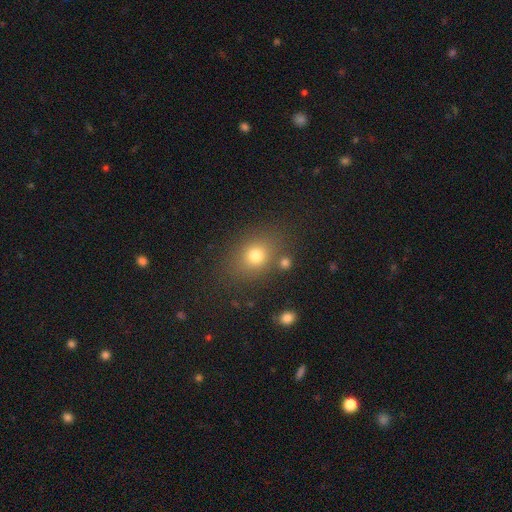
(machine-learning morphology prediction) A smooth galaxy with no disk features (74%) that is round (50%).

Vote fractions:
- Smooth or featured? smooth: 74% / star or artifact: 15% / featured or disk: 10%
- How rounded? round: 50% / in between: 49% / cigar-shaped: 1%
- Merging? none: 77% / minor disturbance: 12% / merger: 6% / major disturbance: 5%